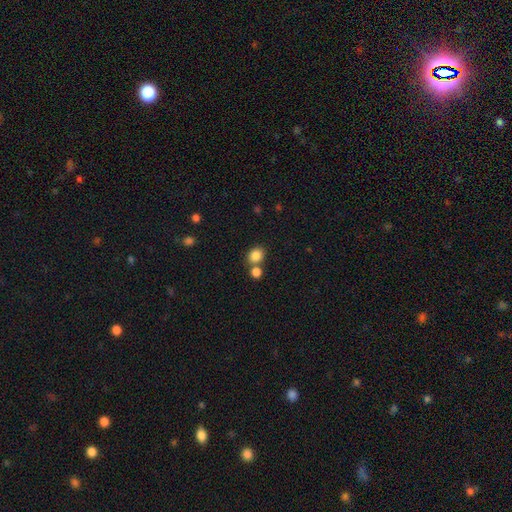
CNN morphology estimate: type=smooth (84%); roundness=round (60%); merging=none (60%).